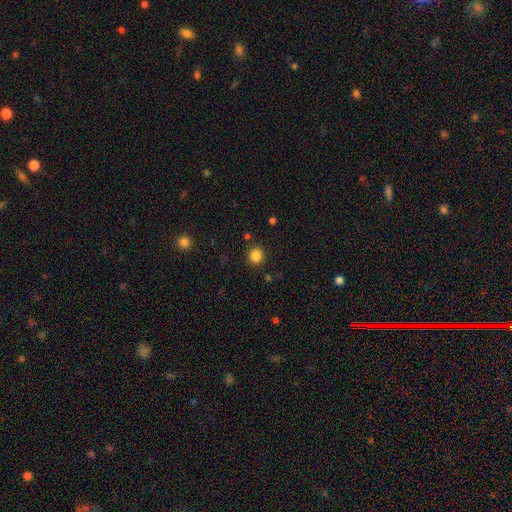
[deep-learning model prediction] smooth 84%, star or artifact 12%, featured or disk 4%. Down the decision tree: how rounded — round (89%); merging — none (89%).